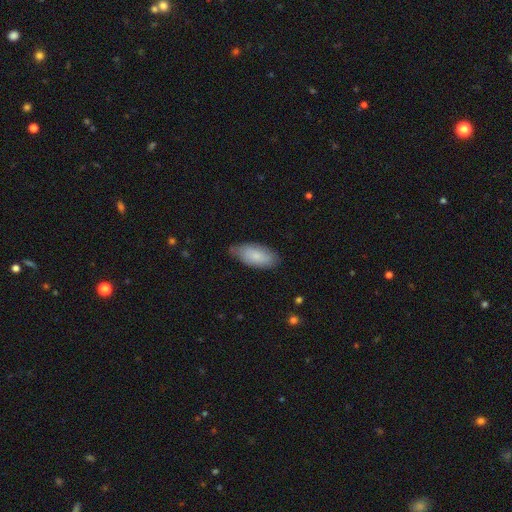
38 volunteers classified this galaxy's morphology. type=smooth (79%); roundness=in between (83%); merging=none (86%).